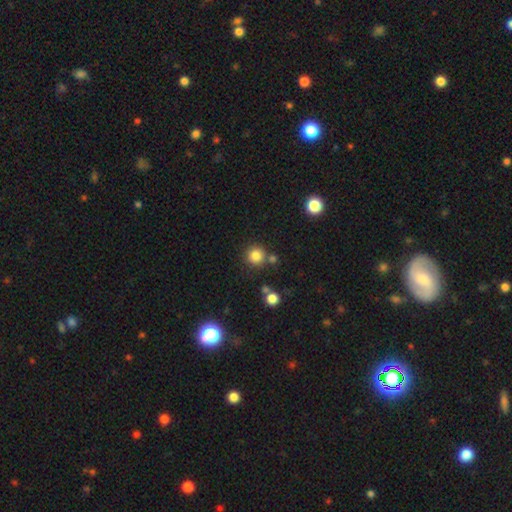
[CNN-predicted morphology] Smooth or featured: smooth — 81% (star or artifact — 13%)
How rounded: round — 94% (in between — 5%)
Merging: none — 79% (merger — 10%)